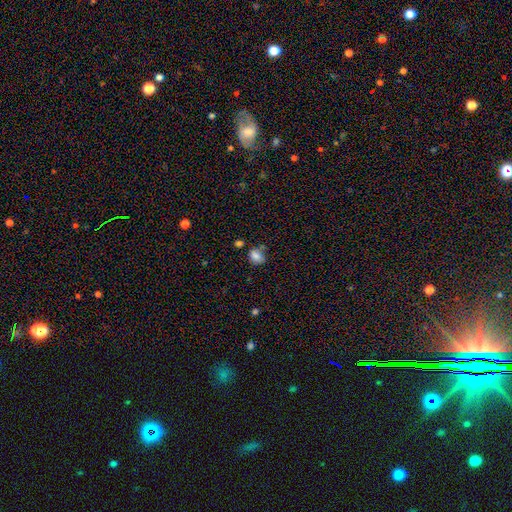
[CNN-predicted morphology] A smooth galaxy with no disk features (80%) that is round (53%). Merging: none (63%).